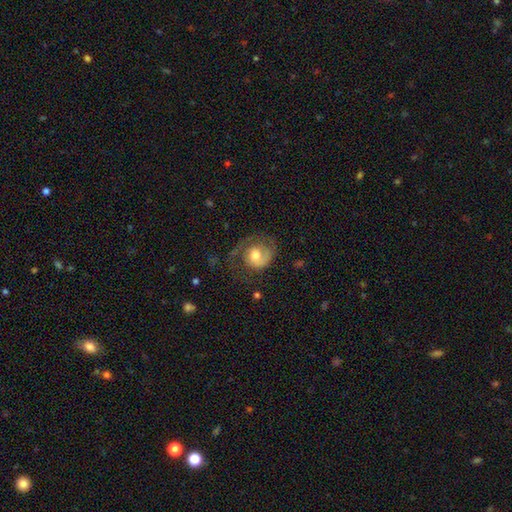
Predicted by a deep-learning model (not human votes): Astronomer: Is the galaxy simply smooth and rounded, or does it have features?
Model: featured or disk — 54% (runner-up: smooth, 39%).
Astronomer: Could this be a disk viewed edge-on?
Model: no — 97%.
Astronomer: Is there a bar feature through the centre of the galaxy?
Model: no — 76%.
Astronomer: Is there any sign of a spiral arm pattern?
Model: yes — 82%.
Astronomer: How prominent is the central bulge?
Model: moderate — 63%.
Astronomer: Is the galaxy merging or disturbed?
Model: none — 48% (runner-up: major disturbance, 30%).